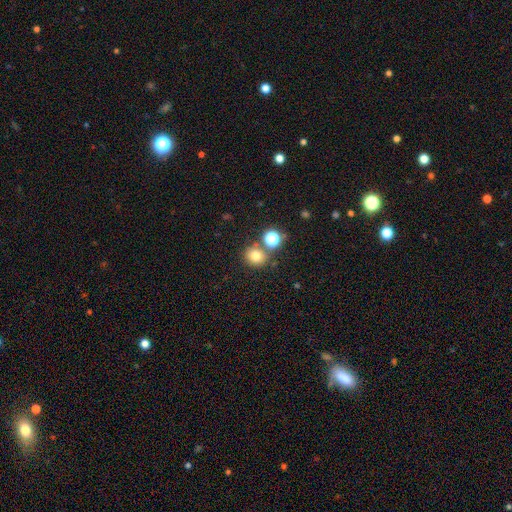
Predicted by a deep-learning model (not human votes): Smooth or featured? Predicted: smooth (p=0.75). How rounded? Predicted: round (p=0.83). Merging? Predicted: none (p=0.72).